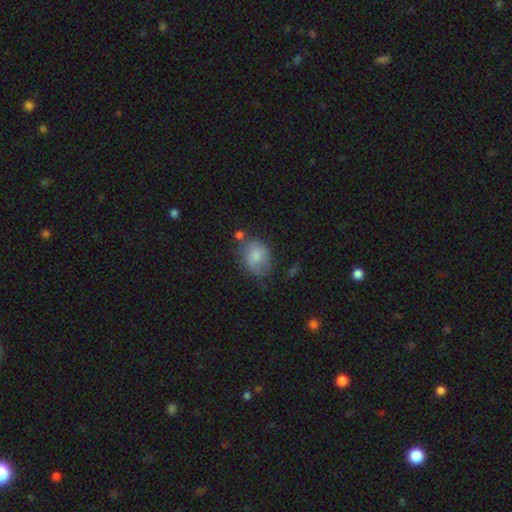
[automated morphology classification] This is likely a smooth galaxy (77%). How rounded: possibly in between (59%). Merging: possibly none (55%).